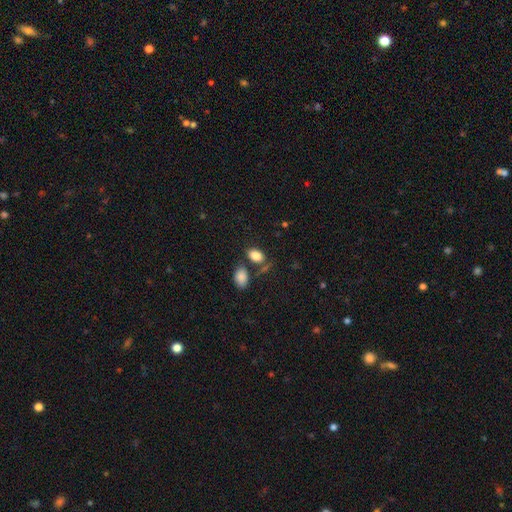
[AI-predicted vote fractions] This appears to be a smooth galaxy with no disk features (84%) that is in between round and cigar-shaped (89%). Merging: none (63%).